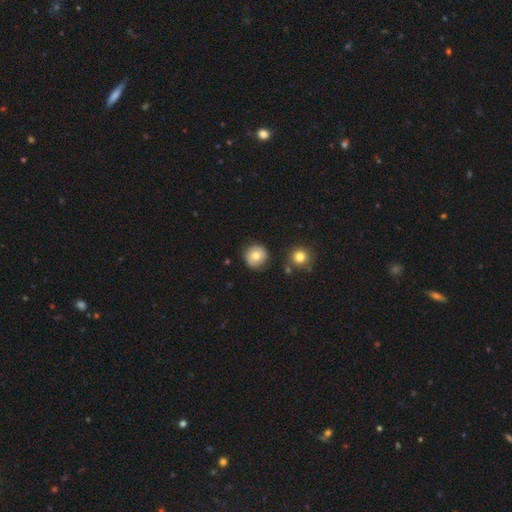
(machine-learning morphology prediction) A smooth galaxy with no disk features (73%) that is round (94%). Merging: none (87%).